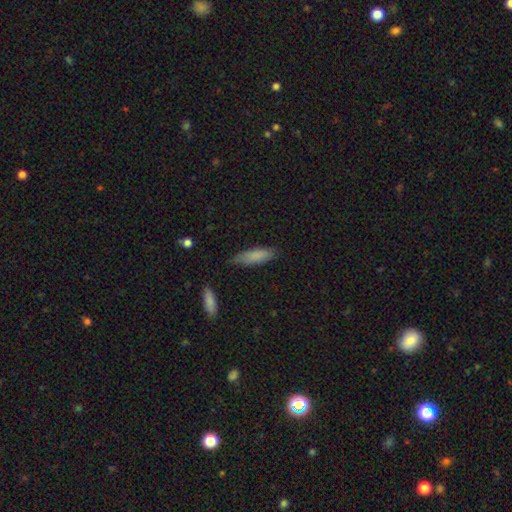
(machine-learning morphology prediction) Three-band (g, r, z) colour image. It shows a smooth galaxy with no disk features (83%) that is cigar-shaped (58%). Merging: none (78%).